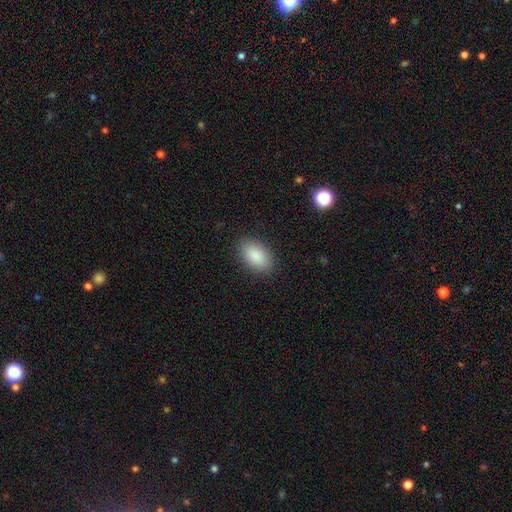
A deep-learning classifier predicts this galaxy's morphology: Overall: smooth (89%). How rounded: in between (93%). Merging: none (87%).